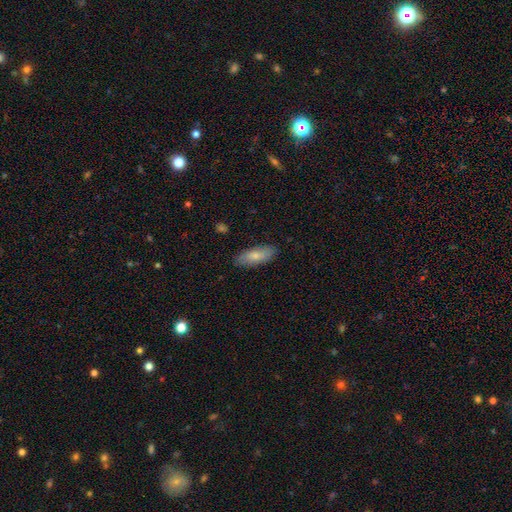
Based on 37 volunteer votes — Smooth or featured: smooth — 73% (featured or disk — 22%)
How rounded: in between — 85% (cigar-shaped — 15%)
Merging: none — 86% (major disturbance — 9%)